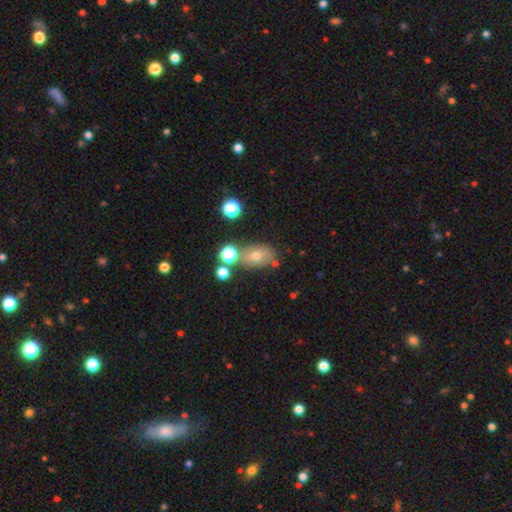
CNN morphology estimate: A smooth galaxy with no disk features (62%) that is in between round and cigar-shaped (71%).

Vote fractions:
- Smooth or featured? smooth: 62% / featured or disk: 22% / star or artifact: 16%
- How rounded? in between: 71% / round: 27% / cigar-shaped: 2%
- Merging? none: 64% / minor disturbance: 16% / merger: 14% / major disturbance: 6%